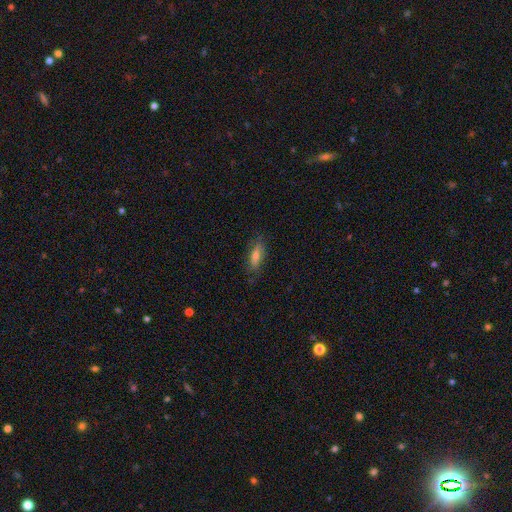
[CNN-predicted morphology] smooth 59%, featured or disk 32%, star or artifact 9%. Down the decision tree: how rounded — in between (51%); merging — none (79%).